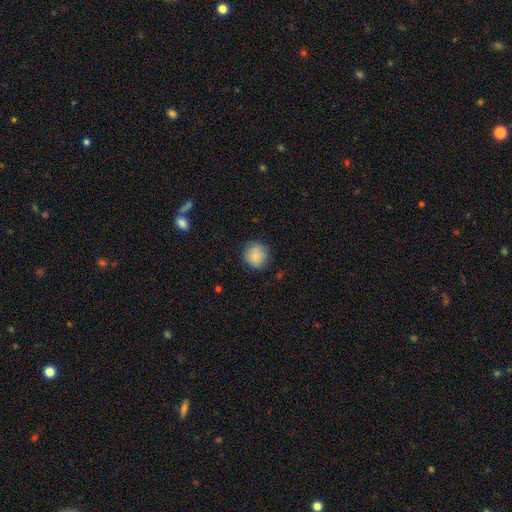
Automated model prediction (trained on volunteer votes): Q: Smooth or featured?
A: smooth (85%); runner-up: star or artifact (8%)
Q: How rounded?
A: round (89%); runner-up: in between (10%)
Q: Merging?
A: none (82%); runner-up: minor disturbance (14%)